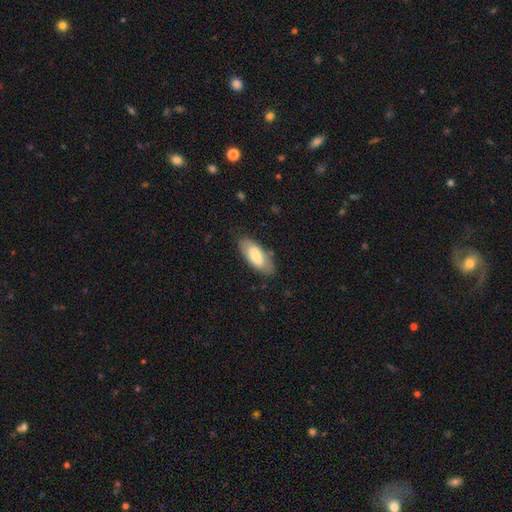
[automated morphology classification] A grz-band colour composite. It shows a smooth galaxy with no disk features (74%) that is in between round and cigar-shaped (83%). Merging: none (79%).